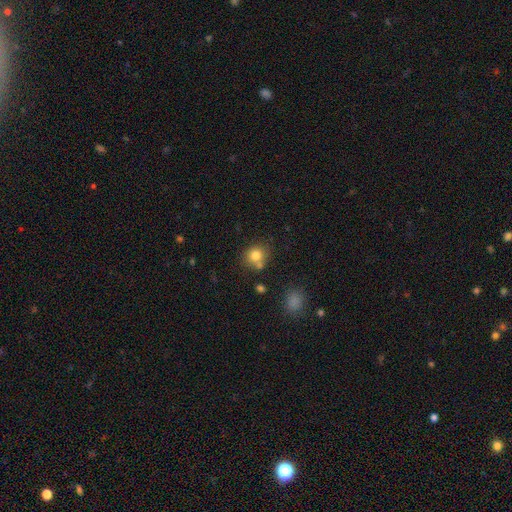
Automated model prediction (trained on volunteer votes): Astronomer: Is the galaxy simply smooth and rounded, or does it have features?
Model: smooth — 79%.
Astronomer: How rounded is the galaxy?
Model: round — 82%.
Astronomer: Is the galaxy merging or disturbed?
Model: none — 64%.